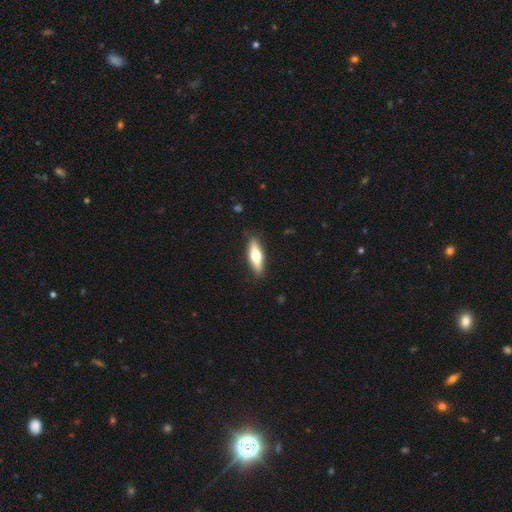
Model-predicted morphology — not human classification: A smooth galaxy with no disk features (51%) that is cigar-shaped (56%).

Vote fractions:
- Smooth or featured? smooth: 51% / featured or disk: 43% / star or artifact: 5%
- How rounded? cigar-shaped: 56% / in between: 41% / round: 2%
- Merging? none: 88% / minor disturbance: 9% / major disturbance: 2% / merger: 1%